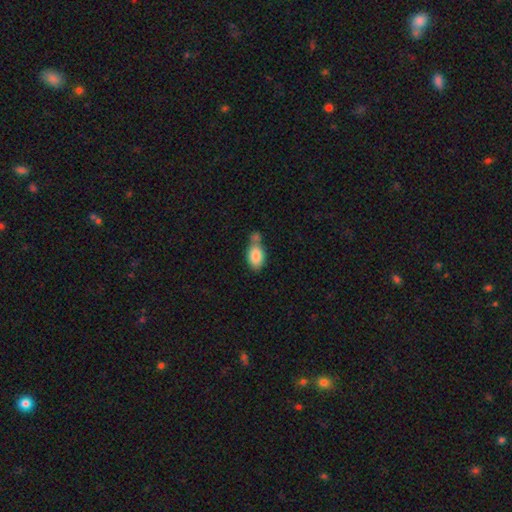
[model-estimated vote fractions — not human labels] Smooth or featured?
  - smooth: 84% *
  - featured or disk: 9%
  - star or artifact: 7%
How rounded?
  - in between: 87% *
  - round: 11%
  - cigar-shaped: 2%
Merging?
  - none: 38% *
  - merger: 37%
  - minor disturbance: 19%
  - major disturbance: 6%